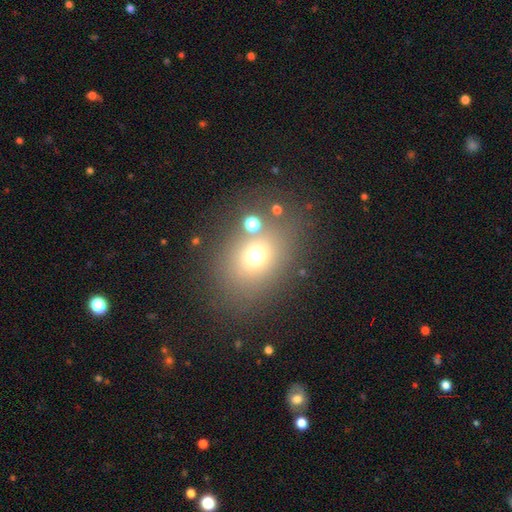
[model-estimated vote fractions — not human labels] This appears to be a smooth galaxy with no disk features (66%) that is in between round and cigar-shaped (49%, tied with round). Merging: none (70%).